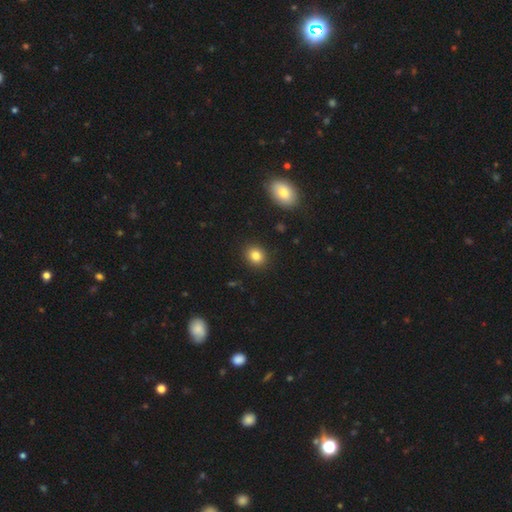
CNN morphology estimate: smooth 83%, star or artifact 11%, featured or disk 6%. Down the decision tree: how rounded — round (68%); merging — none (90%).